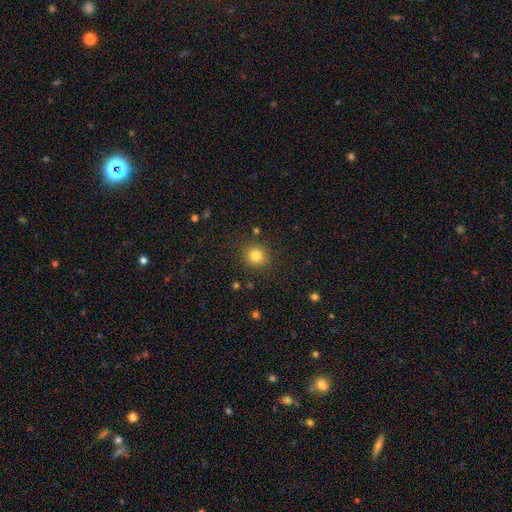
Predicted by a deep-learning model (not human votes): smooth-or-featured: smooth: 81% | star or artifact: 13% | featured or disk: 6%
  how-rounded: round: 88% | in between: 11% | cigar-shaped: 1%
  merging: none: 87% | minor disturbance: 8% | major disturbance: 3% | merger: 2%